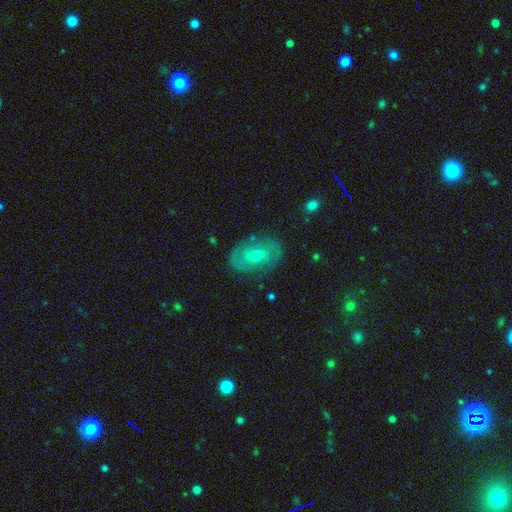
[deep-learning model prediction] A featured or disk galaxy (62%) with no bar (43%), spiral arms (67%) and a moderate central bulge (51%).

Vote fractions:
- Smooth or featured? featured or disk: 62% / smooth: 30% / star or artifact: 8%
- Edge-on disk? no: 94% / yes: 6%
- Bar? no: 43% / weak: 42% / strong: 15%
- Spiral arms? yes: 67% / no: 33%
- Bulge size? moderate: 51% / small: 44% / large: 2% / none: 1% / dominant: 1%
- Merging? none: 76% / minor disturbance: 16% / major disturbance: 6% / merger: 2%